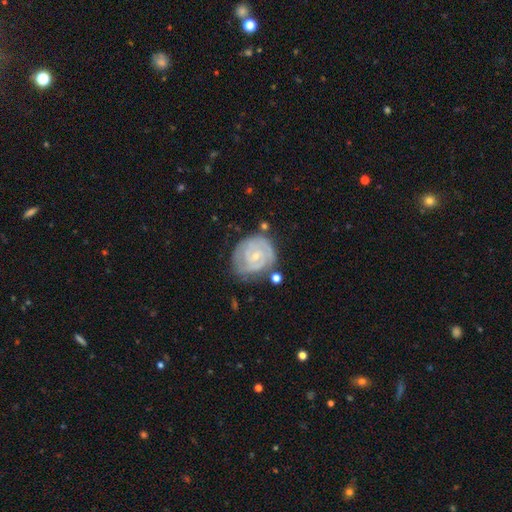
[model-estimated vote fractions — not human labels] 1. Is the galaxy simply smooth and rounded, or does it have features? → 83% featured or disk, 12% smooth, 5% star or artifact.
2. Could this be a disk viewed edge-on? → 98% no, 2% yes.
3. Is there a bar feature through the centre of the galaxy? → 60% no, 34% weak, 6% strong.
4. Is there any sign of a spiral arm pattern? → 94% yes, 6% no.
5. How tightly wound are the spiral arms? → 74% tight, 22% medium, 5% loose.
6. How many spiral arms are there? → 46% 2, 24% can't tell, 18% 3, 5% 1, 4% 4, 3% more than 4.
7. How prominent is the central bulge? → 73% small, 23% moderate, 2% none, 1% large, 1% dominant.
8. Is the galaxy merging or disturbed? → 66% none, 22% minor disturbance, 8% major disturbance, 4% merger.